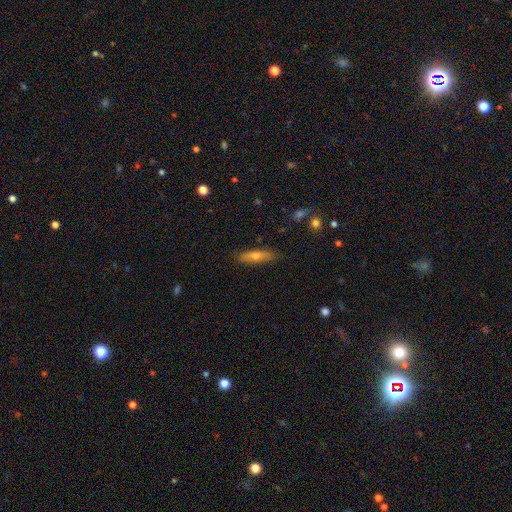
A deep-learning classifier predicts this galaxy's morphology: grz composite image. It shows a smooth galaxy with no disk features (52%) that is cigar-shaped (75%). Merging: none (86%).